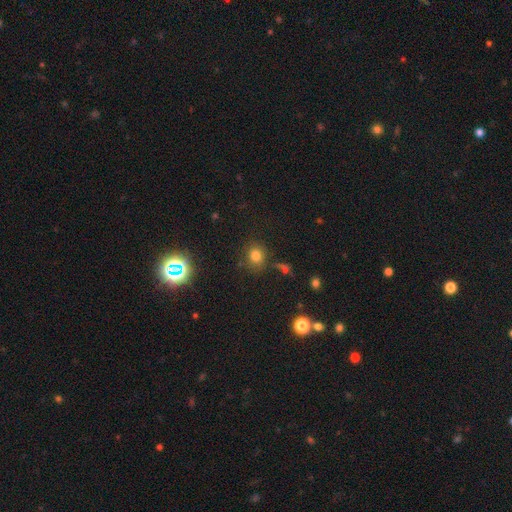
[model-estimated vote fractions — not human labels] The model was most divided on "how rounded": round: 73%, in between: 26%, cigar-shaped: 1%. More confident: merging — none (78%); smooth or featured — smooth (74%).